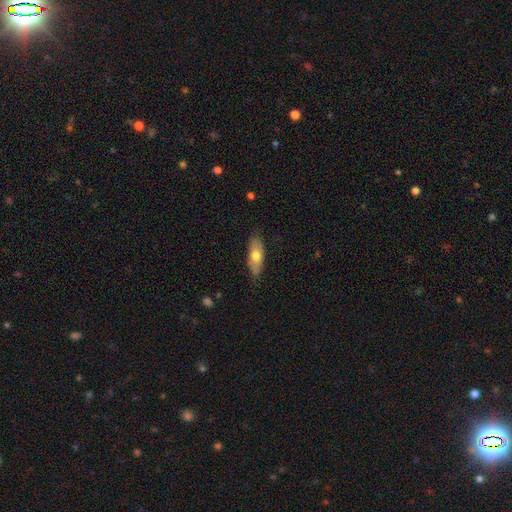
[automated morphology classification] A smooth galaxy with no disk features (64%) that is in between round and cigar-shaped (70%).

Vote fractions:
- Smooth or featured? smooth: 64% / featured or disk: 30% / star or artifact: 6%
- How rounded? in between: 70% / cigar-shaped: 28% / round: 3%
- Merging? none: 77% / minor disturbance: 18% / major disturbance: 3% / merger: 1%